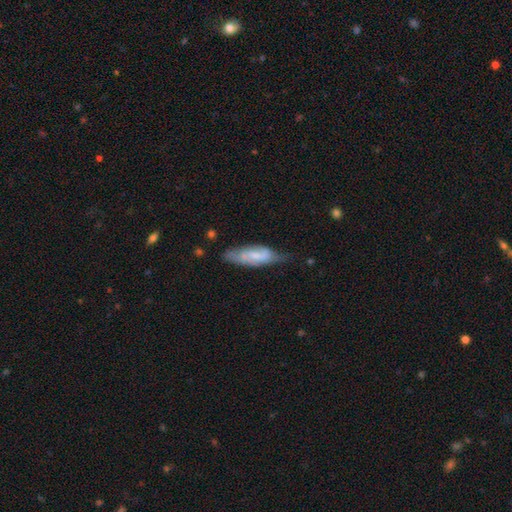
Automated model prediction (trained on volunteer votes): This appears to be a featured or disk galaxy (48%). Merging: none (52%).